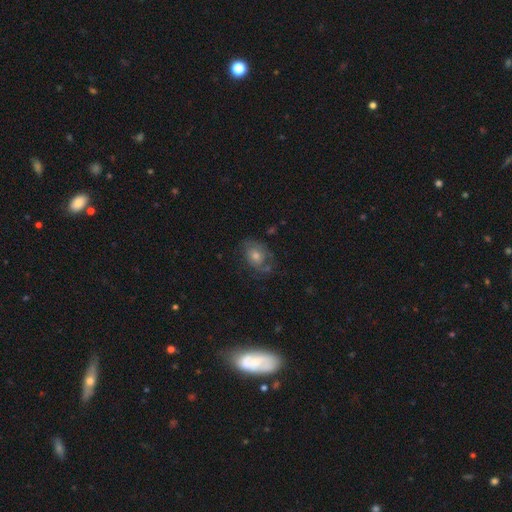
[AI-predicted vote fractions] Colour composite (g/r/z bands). It shows a featured or disk galaxy (54%) with no bar (78%), spiral arms (75%) and a moderate central bulge (57%). Merging: none (66%).